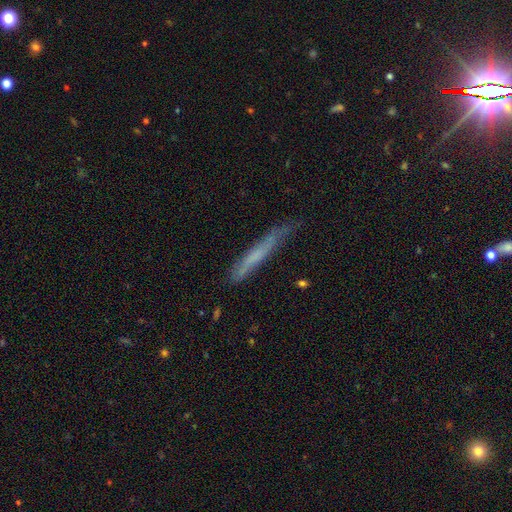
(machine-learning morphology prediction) The model was most divided on "smooth or featured": smooth: 52%, featured or disk: 40%, star or artifact: 8%. More confident: how rounded — cigar-shaped (95%); merging — none (68%).